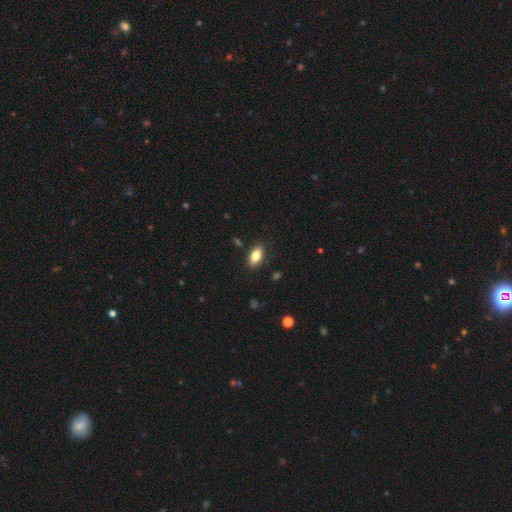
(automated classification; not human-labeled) smooth-or-featured: smooth: 83% | featured or disk: 10% | star or artifact: 8%
  how-rounded: in between: 91% | round: 5% | cigar-shaped: 4%
  merging: none: 86% | minor disturbance: 10% | major disturbance: 2% | merger: 1%